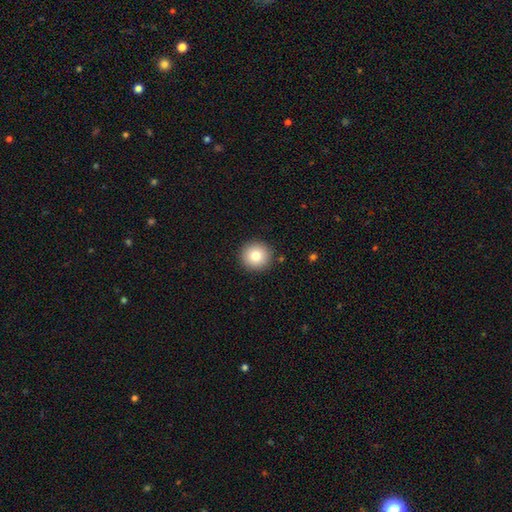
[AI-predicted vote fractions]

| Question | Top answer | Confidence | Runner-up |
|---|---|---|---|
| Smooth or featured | smooth | 81% | star or artifact (10%) |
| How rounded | round | 95% | in between (4%) |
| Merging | none | 91% | minor disturbance (6%) |